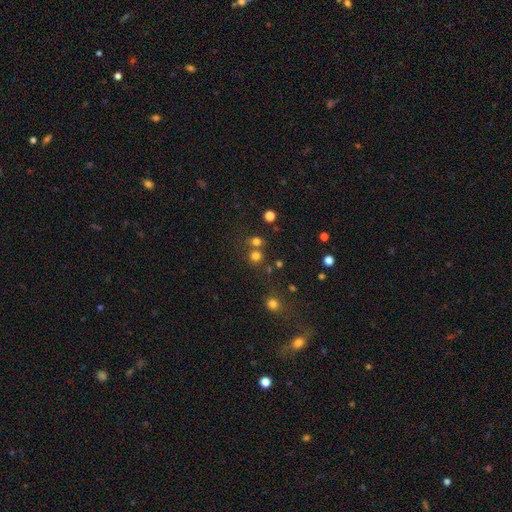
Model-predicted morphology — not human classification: smooth_or_featured: smooth (p=0.73) [alt: star or artifact p=0.20]
how_rounded: round (p=0.86) [alt: in between p=0.13]
merging: none (p=0.63) [alt: merger p=0.26]